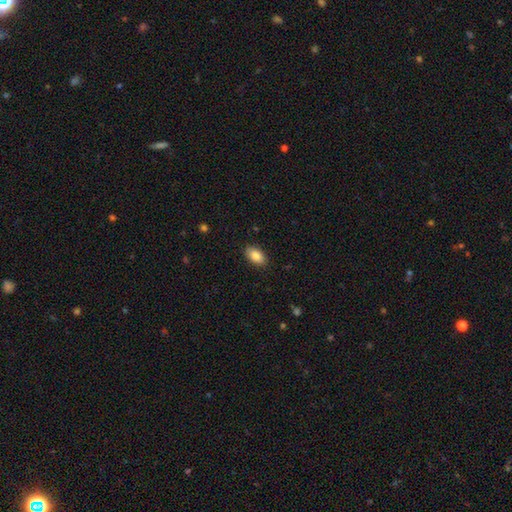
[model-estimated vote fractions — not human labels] smooth 86%, star or artifact 7%, featured or disk 7%. Down the decision tree: how rounded — in between (93%); merging — none (88%).